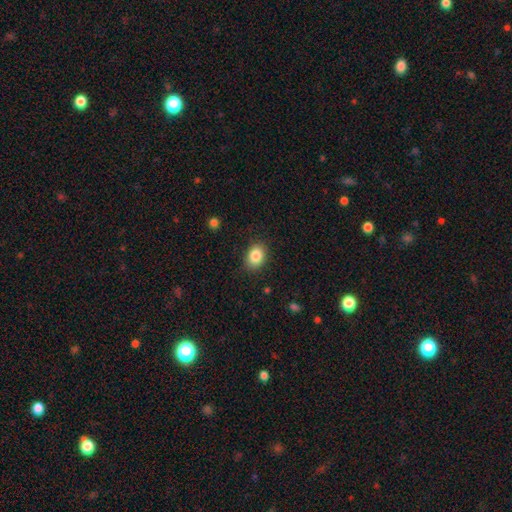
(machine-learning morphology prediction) A smooth galaxy with no disk features (85%) that is in between round and cigar-shaped (68%). Merging: none (86%).